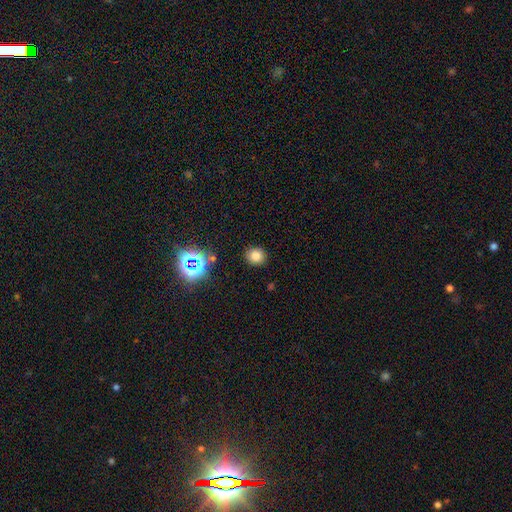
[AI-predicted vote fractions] The model was most divided on "smooth or featured": smooth: 74%, star or artifact: 19%, featured or disk: 7%. More confident: merging — none (89%); how rounded — round (83%).